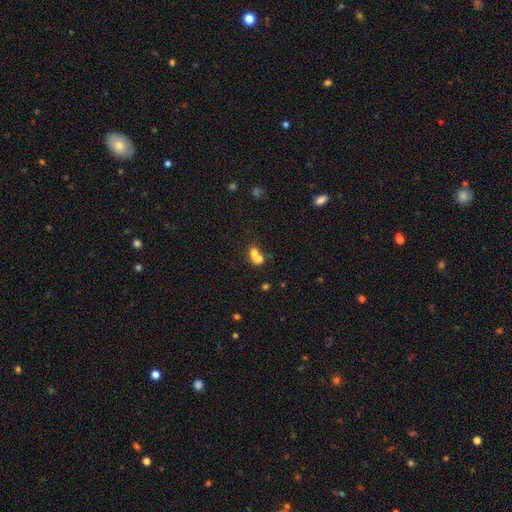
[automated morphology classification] Overall: smooth (69%). How rounded: round (56%; in between 42%). Merging: merger (71%).